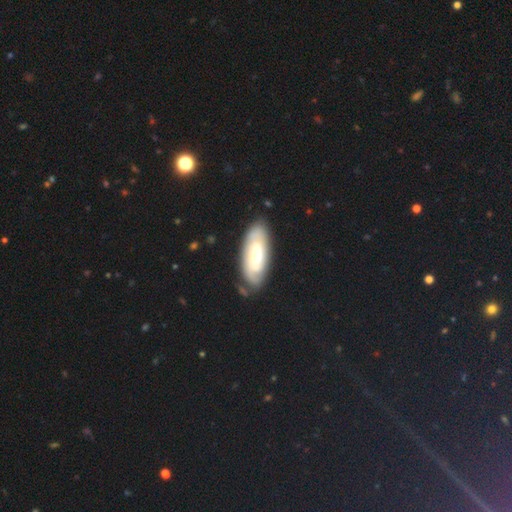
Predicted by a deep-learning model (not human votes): Overall: featured or disk (59%; smooth 36%). Edge-on disk: no (88%). Bar: no (73%). Spiral arms: yes (79%). Bulge size: moderate (52%; small 34%). Merging: none (75%).